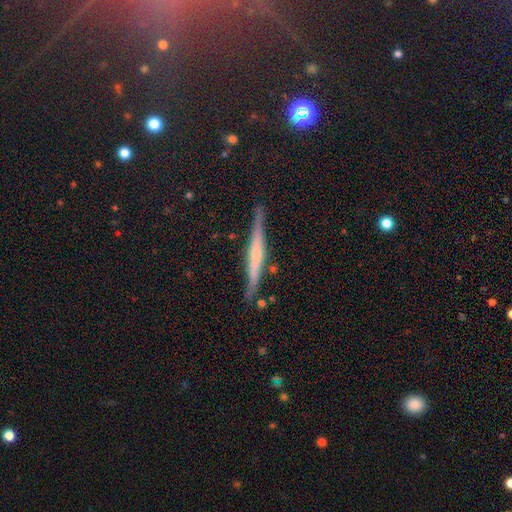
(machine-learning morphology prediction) A featured or disk galaxy (67%) viewed edge-on (97%) with a rounded central bulge (51%).

Vote fractions:
- Smooth or featured? featured or disk: 67% / smooth: 23% / star or artifact: 9%
- Edge-on disk? yes: 97% / no: 3%
- Edge-on bulge? rounded: 51% / none: 31% / boxy: 18%
- Merging? none: 86% / minor disturbance: 10% / major disturbance: 2% / merger: 2%